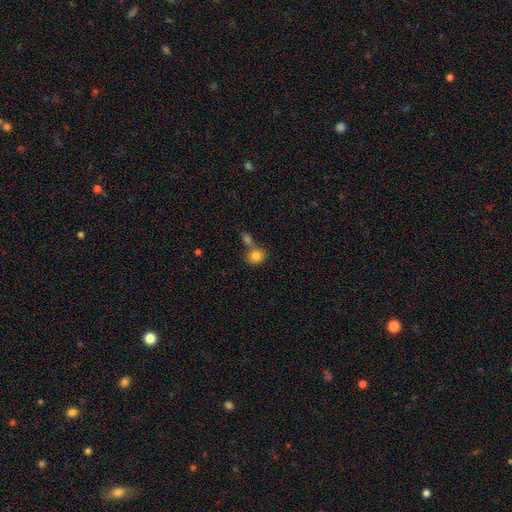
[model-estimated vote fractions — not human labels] The model was most divided on "merging": none: 48%, merger: 38%, minor disturbance: 11%, major disturbance: 4%. More confident: smooth or featured — smooth (82%); how rounded — round (55%).